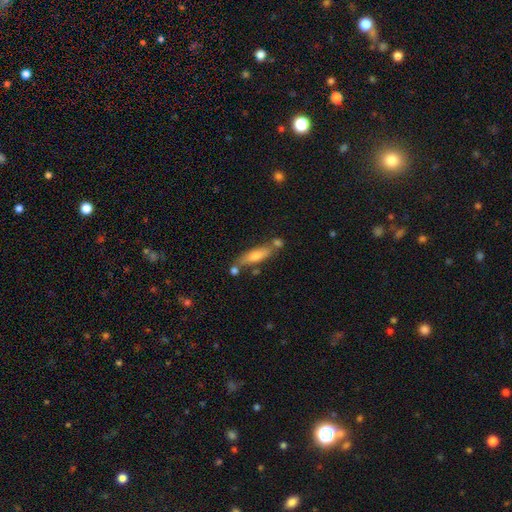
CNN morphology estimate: The model was most divided on "smooth or featured": smooth: 55%, featured or disk: 35%, star or artifact: 10%. More confident: how rounded — cigar-shaped (70%); merging — none (67%).